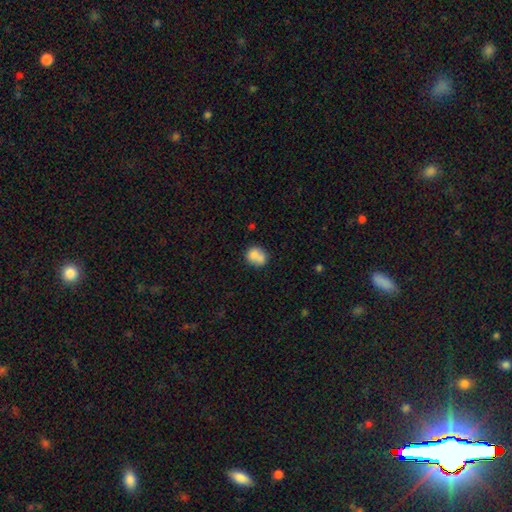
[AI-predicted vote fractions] smooth 75%, featured or disk 16%, star or artifact 9%. Down the decision tree: how rounded — round (63%); merging — none (41%).